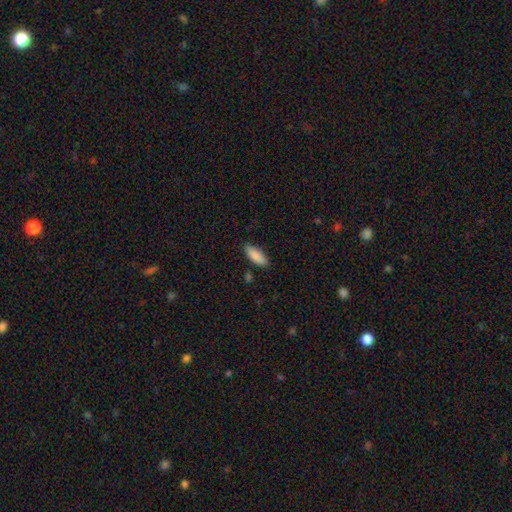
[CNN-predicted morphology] type=smooth (89%); roundness=in between (73%); merging=none (85%).